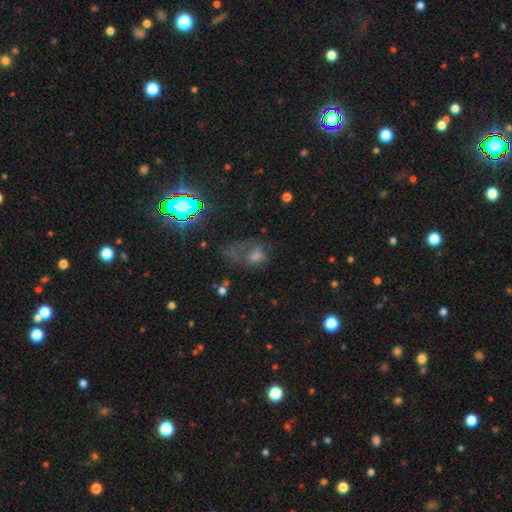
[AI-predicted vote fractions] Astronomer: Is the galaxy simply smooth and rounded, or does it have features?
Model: smooth — 41% (runner-up: star or artifact, 34%).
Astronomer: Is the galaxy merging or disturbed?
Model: major disturbance — 44% (runner-up: none, 30%).